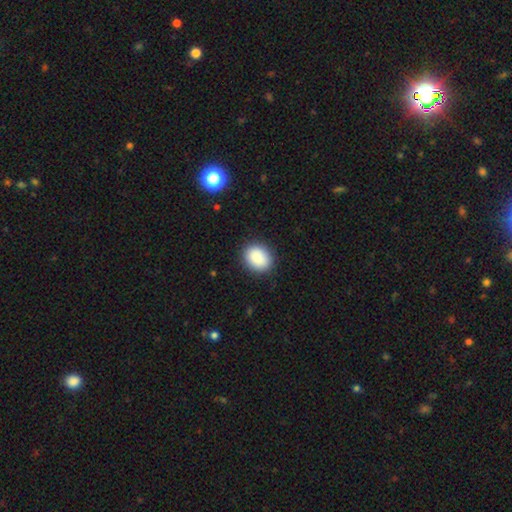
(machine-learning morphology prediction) A smooth galaxy with no disk features (89%) that is in between round and cigar-shaped (54%).

Vote fractions:
- Smooth or featured? smooth: 89% / star or artifact: 7% / featured or disk: 3%
- How rounded? in between: 54% / round: 45% / cigar-shaped: 1%
- Merging? none: 89% / minor disturbance: 8% / major disturbance: 2% / merger: 1%